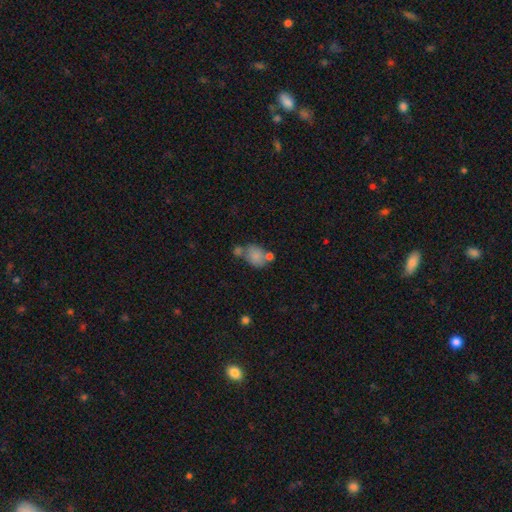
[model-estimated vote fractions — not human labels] Smooth or featured? Predicted: smooth (p=0.77). How rounded? Predicted: in between (p=0.63). Merging? Predicted: merger (p=0.38).